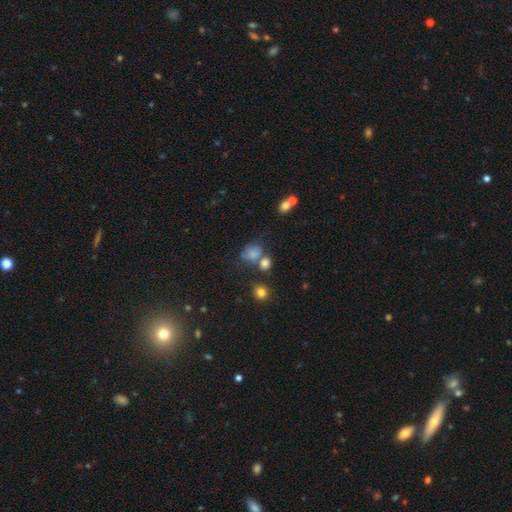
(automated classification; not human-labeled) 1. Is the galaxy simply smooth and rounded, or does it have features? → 61% smooth, 25% star or artifact, 14% featured or disk.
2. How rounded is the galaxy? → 64% round, 35% in between, 1% cigar-shaped.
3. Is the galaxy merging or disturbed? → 51% none, 22% merger, 17% minor disturbance, 9% major disturbance.